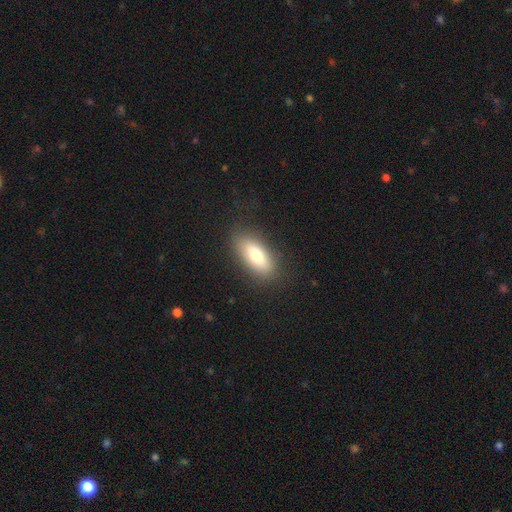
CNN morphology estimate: Smooth or featured? smooth (75%)
How rounded? in between (80%)
Merging? none (85%)